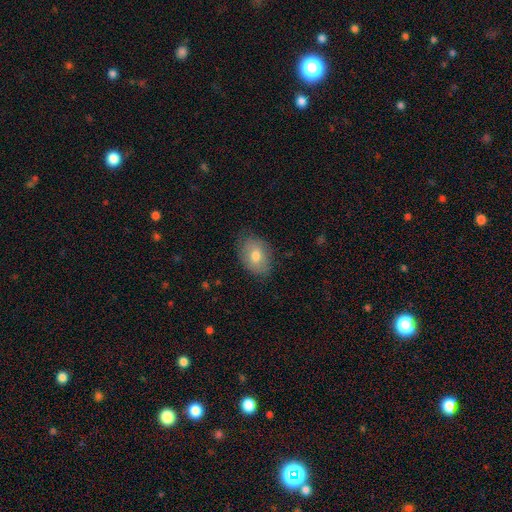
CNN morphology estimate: Smooth or featured? Predicted: smooth (p=0.73). How rounded? Predicted: in between (p=0.79). Merging? Predicted: none (p=0.76).